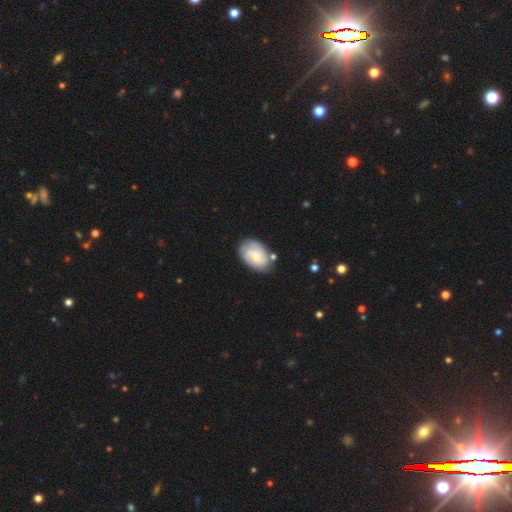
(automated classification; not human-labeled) smooth_or_featured: featured or disk (p=0.55) [alt: smooth p=0.39]
disk_edge_on: no (p=0.96) [alt: yes p=0.04]
bar: no (p=0.57) [alt: weak p=0.37]
has_spiral_arms: yes (p=0.85) [alt: no p=0.15]
bulge_size: small (p=0.51) [alt: moderate p=0.41]
merging: none (p=0.70) [alt: minor disturbance p=0.19]